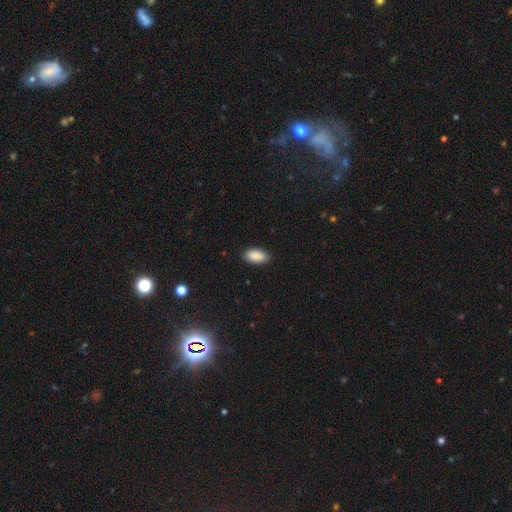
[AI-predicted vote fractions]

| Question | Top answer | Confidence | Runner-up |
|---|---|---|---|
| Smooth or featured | smooth | 90% | star or artifact (6%) |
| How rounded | in between | 94% | cigar-shaped (4%) |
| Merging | none | 87% | minor disturbance (10%) |